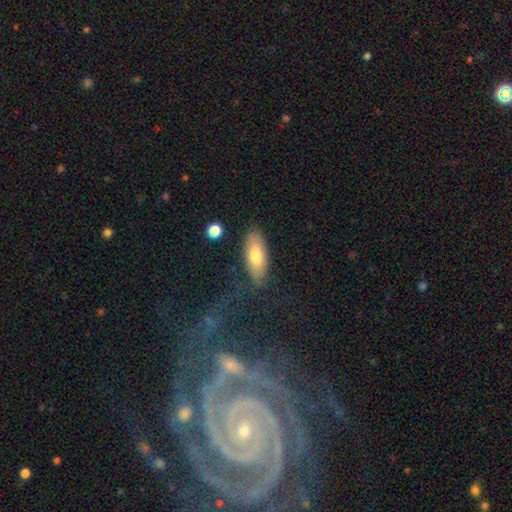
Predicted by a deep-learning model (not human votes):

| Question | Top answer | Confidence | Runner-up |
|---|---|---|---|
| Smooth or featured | smooth | 73% | featured or disk (20%) |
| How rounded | in between | 71% | cigar-shaped (26%) |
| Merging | none | 81% | minor disturbance (14%) |